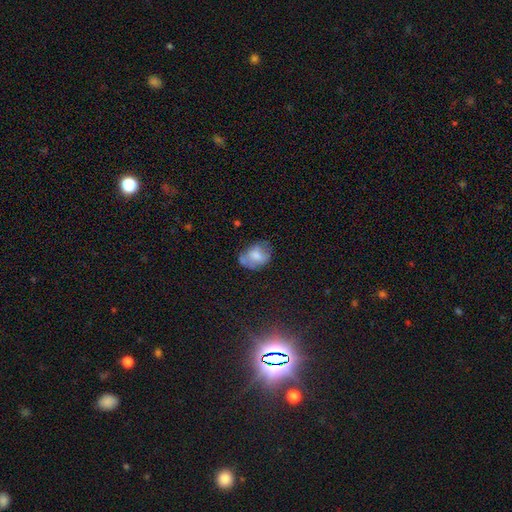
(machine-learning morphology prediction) type=smooth (62%); roundness=in between (67%); merging=none (47%).